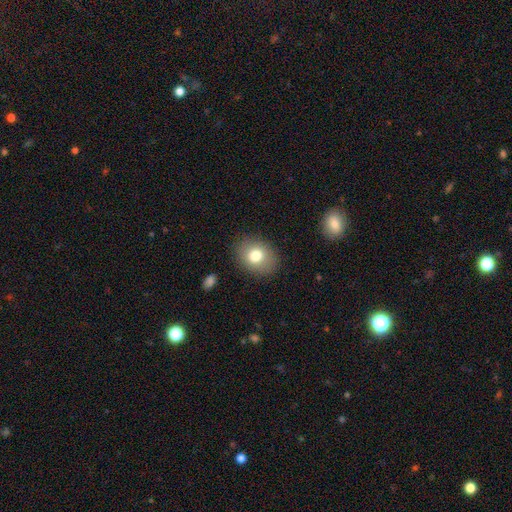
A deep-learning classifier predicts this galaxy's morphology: smooth_or_featured: smooth (p=0.78) [alt: featured or disk p=0.13]
how_rounded: in between (p=0.53) [alt: round p=0.47]
merging: none (p=0.86) [alt: minor disturbance p=0.10]